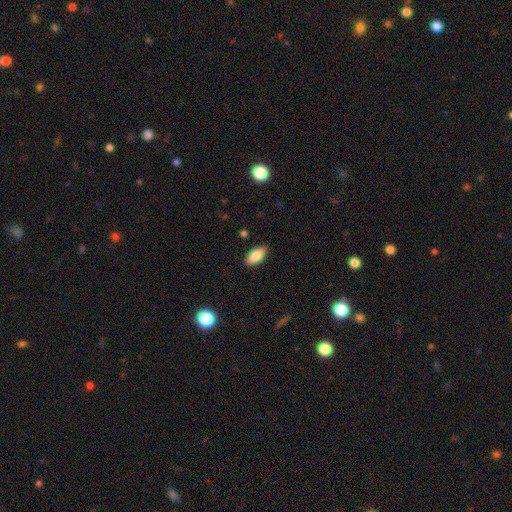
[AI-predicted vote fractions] This appears to be a smooth galaxy with no disk features (81%) that is in between round and cigar-shaped (91%). Merging: none (88%).